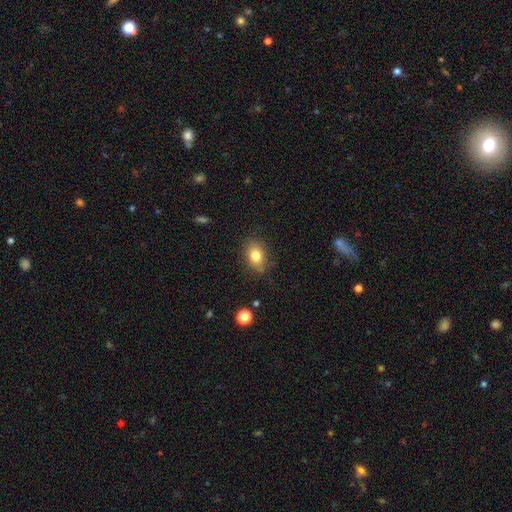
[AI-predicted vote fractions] Smooth or featured? smooth (80%)
How rounded? in between (69%)
Merging? none (78%)